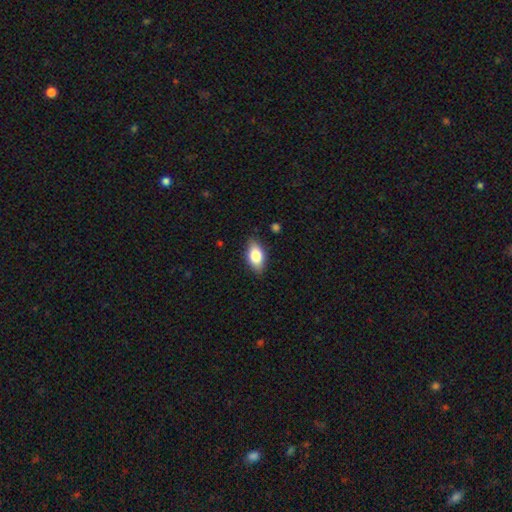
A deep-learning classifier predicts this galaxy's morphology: smooth 78%, featured or disk 15%, star or artifact 7%. Down the decision tree: how rounded — in between (89%); merging — none (84%).